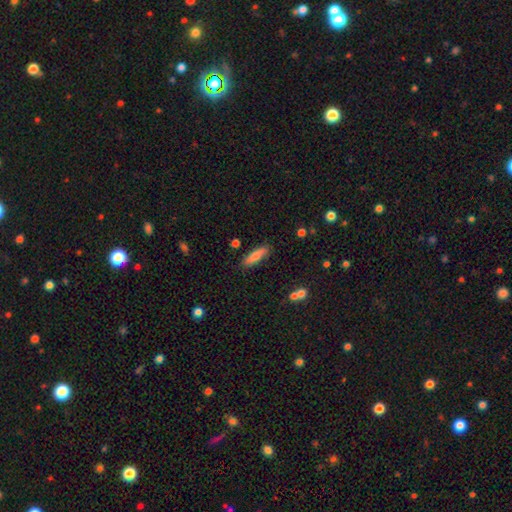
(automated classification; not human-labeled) smooth-or-featured: smooth: 73% | featured or disk: 21% | star or artifact: 7%
  how-rounded: cigar-shaped: 58% | in between: 40% | round: 2%
  merging: none: 84% | minor disturbance: 11% | merger: 3% | major disturbance: 2%